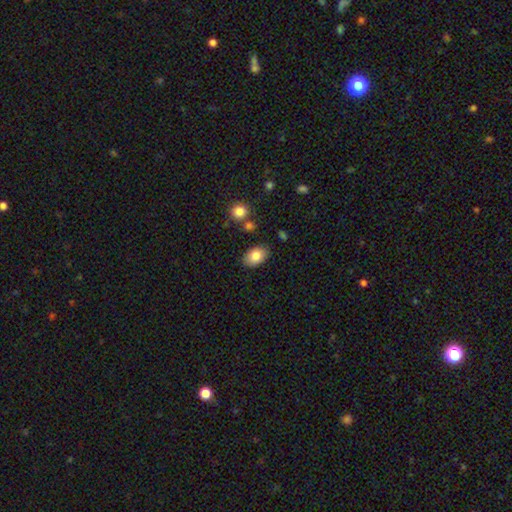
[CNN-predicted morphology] smooth 82%, featured or disk 10%, star or artifact 8%. Down the decision tree: how rounded — in between (87%); merging — none (84%).